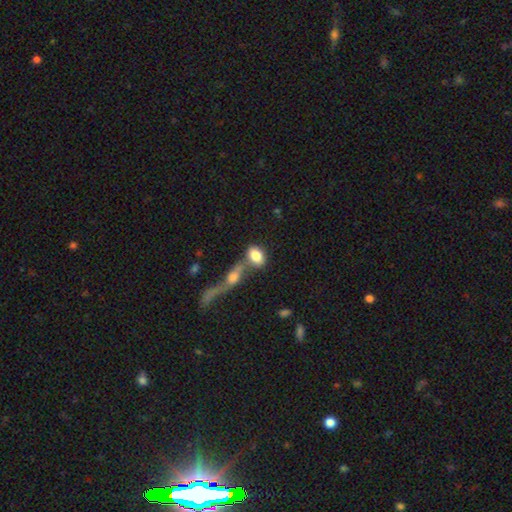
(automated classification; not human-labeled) A smooth galaxy with no disk features (79%) that is in between round and cigar-shaped (82%).

Vote fractions:
- Smooth or featured? smooth: 79% / featured or disk: 13% / star or artifact: 7%
- How rounded? in between: 82% / round: 15% / cigar-shaped: 3%
- Merging? merger: 47% / none: 34% / minor disturbance: 11% / major disturbance: 8%